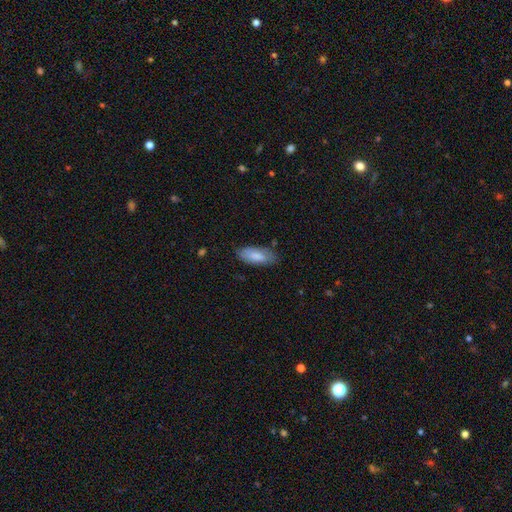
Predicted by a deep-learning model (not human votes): This is likely a smooth galaxy (80%). How rounded: clearly in between (82%). Merging: likely none (76%).